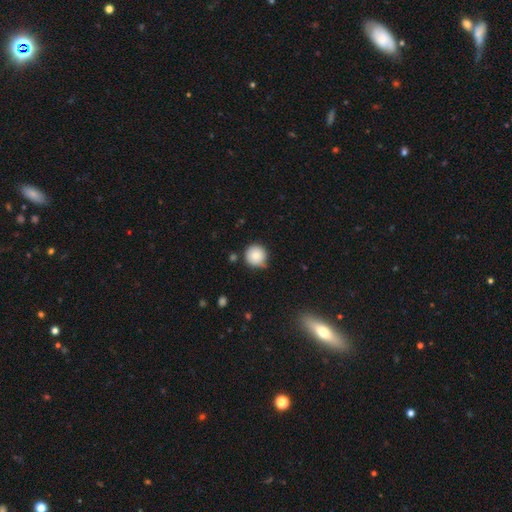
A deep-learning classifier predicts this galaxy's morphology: smooth_or_featured: smooth (p=0.84) [alt: star or artifact p=0.09]
how_rounded: round (p=0.95) [alt: in between p=0.04]
merging: none (p=0.72) [alt: minor disturbance p=0.21]